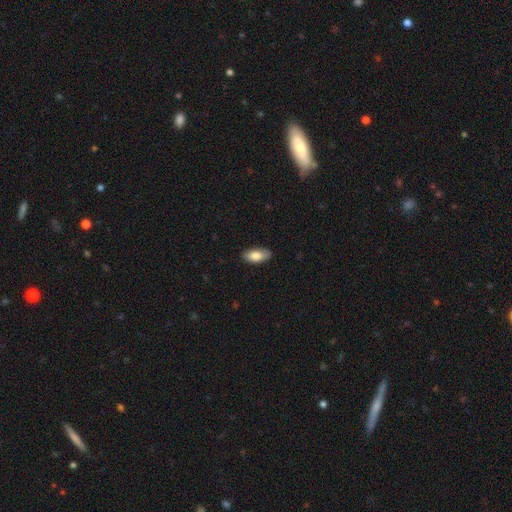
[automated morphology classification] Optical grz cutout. It shows a smooth galaxy with no disk features (81%) that is in between round and cigar-shaped (90%). Merging: none (82%).